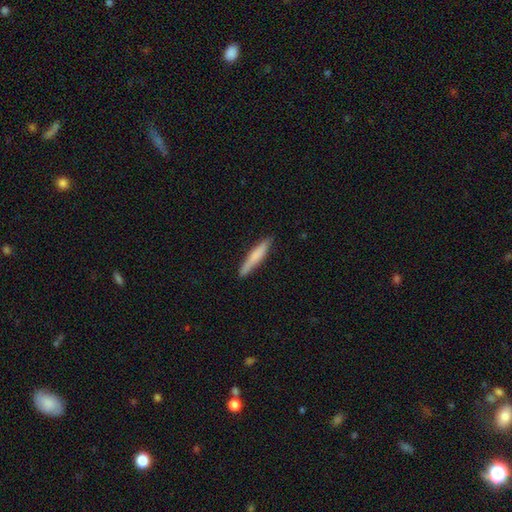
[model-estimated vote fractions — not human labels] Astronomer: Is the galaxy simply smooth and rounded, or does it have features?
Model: smooth — 71%.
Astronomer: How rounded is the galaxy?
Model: cigar-shaped — 92%.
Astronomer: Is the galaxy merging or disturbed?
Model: none — 87%.